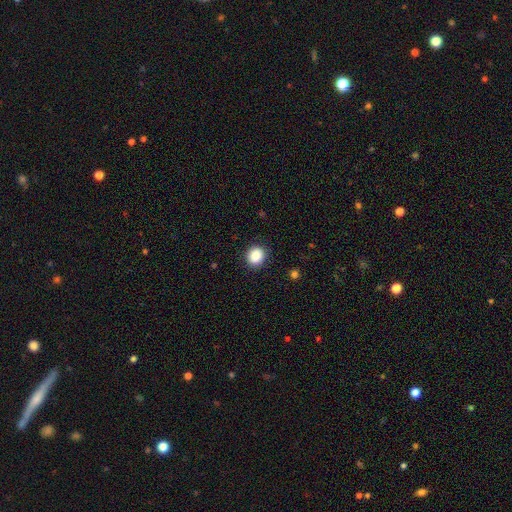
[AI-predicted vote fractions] The model was most divided on "how rounded": round: 76%, in between: 23%, cigar-shaped: 1%. More confident: merging — none (89%); smooth or featured — smooth (88%).